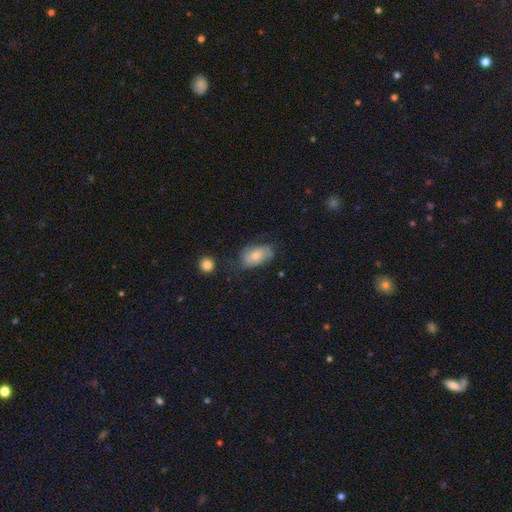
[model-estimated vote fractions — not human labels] smooth_or_featured: smooth (p=0.66) [alt: featured or disk p=0.26]
how_rounded: in between (p=0.91) [alt: round p=0.07]
merging: none (p=0.52) [alt: minor disturbance p=0.32]